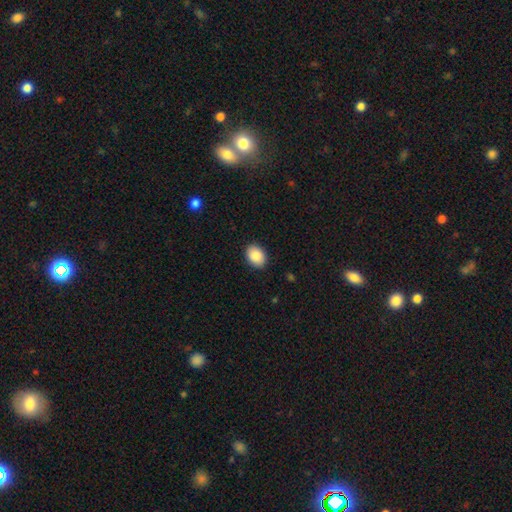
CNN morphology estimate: smooth_or_featured: smooth (p=0.89) [alt: star or artifact p=0.07]
how_rounded: in between (p=0.74) [alt: round p=0.25]
merging: none (p=0.89) [alt: minor disturbance p=0.08]